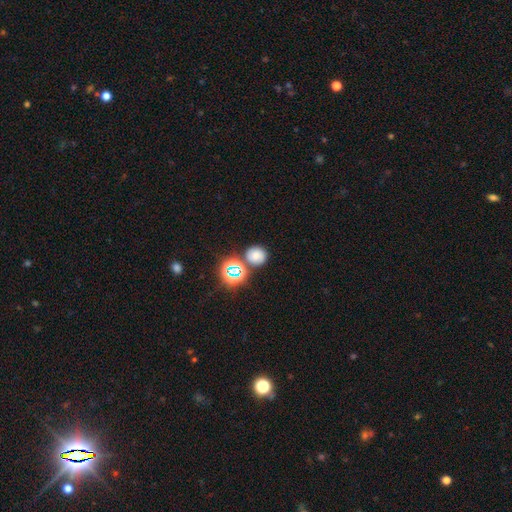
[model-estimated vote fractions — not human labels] Smooth or featured?
  - smooth: 68% *
  - star or artifact: 23%
  - featured or disk: 9%
How rounded?
  - round: 83% *
  - in between: 16%
  - cigar-shaped: 1%
Merging?
  - none: 74% *
  - merger: 11%
  - minor disturbance: 11%
  - major disturbance: 4%